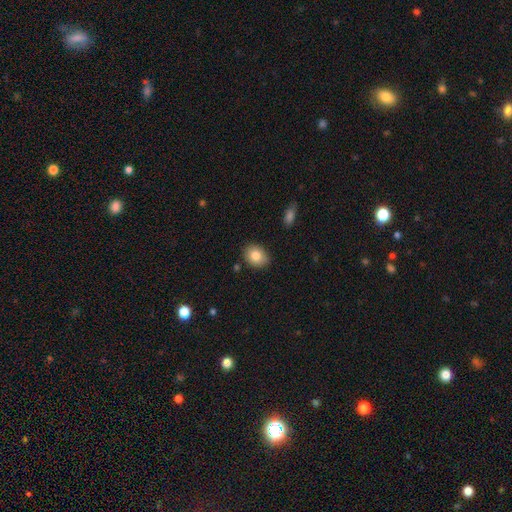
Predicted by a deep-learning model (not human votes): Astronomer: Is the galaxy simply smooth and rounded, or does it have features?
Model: smooth — 82%.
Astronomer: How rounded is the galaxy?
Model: in between — 58% (runner-up: round, 41%).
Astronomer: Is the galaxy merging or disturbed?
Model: none — 85%.